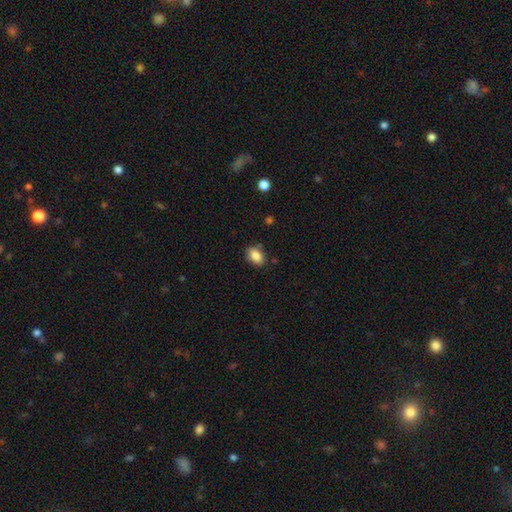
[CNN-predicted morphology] A smooth galaxy with no disk features (85%) that is in between round and cigar-shaped (83%). Merging: none (83%).